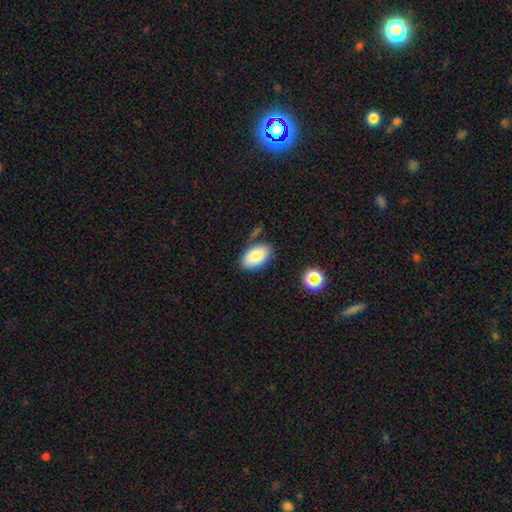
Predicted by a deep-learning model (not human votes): smooth 83%, featured or disk 10%, star or artifact 7%. Down the decision tree: how rounded — in between (93%); merging — none (78%).